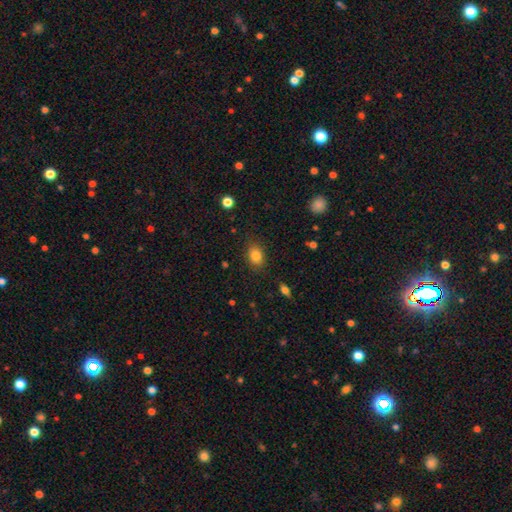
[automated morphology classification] This appears to be a smooth galaxy with no disk features (83%) that is in between round and cigar-shaped (70%). Merging: none (83%).